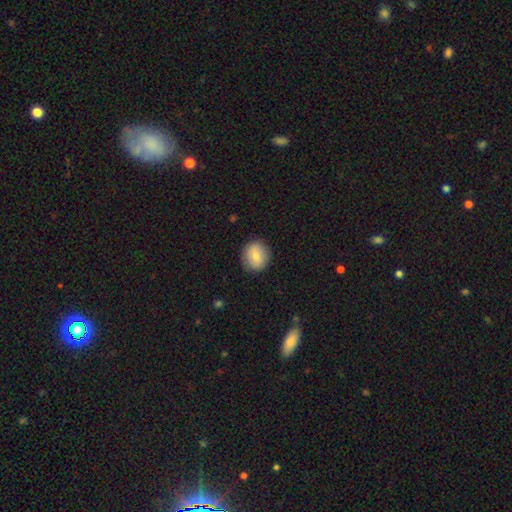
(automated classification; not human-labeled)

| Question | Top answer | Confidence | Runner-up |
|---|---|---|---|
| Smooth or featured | smooth | 78% | featured or disk (15%) |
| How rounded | round | 84% | in between (15%) |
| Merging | none | 88% | minor disturbance (8%) |